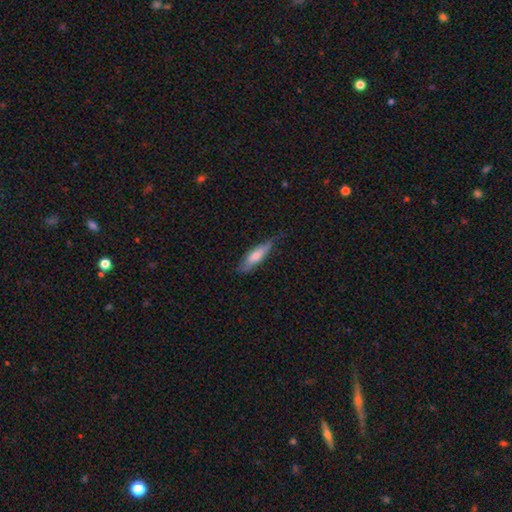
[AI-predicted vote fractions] A smooth galaxy with no disk features (65%) that is cigar-shaped (65%). Merging: none (64%).